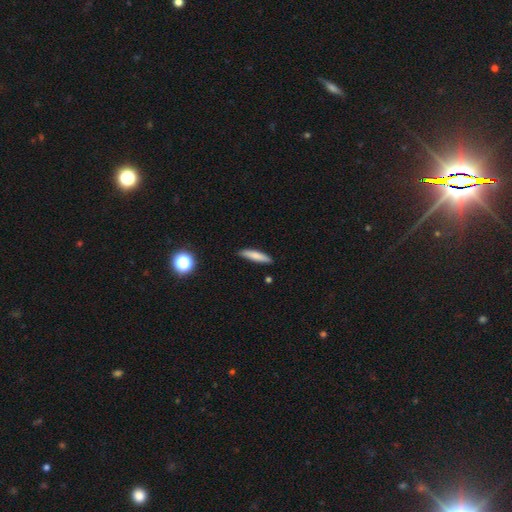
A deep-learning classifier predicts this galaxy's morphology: Smooth or featured?
  - smooth: 79% *
  - featured or disk: 14%
  - star or artifact: 7%
How rounded?
  - cigar-shaped: 84% *
  - in between: 14%
  - round: 2%
Merging?
  - none: 87% *
  - minor disturbance: 10%
  - major disturbance: 2%
  - merger: 2%